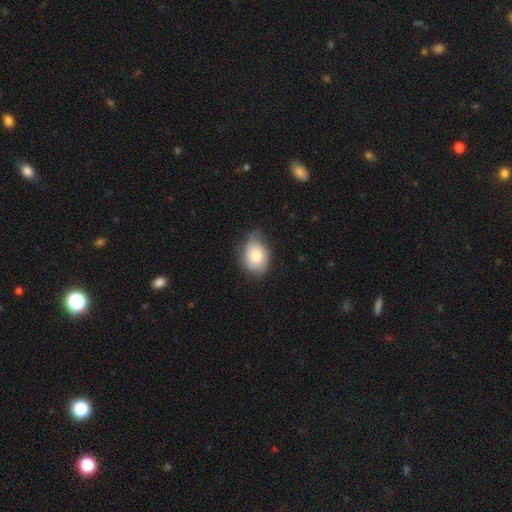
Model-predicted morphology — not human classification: Q: Smooth or featured?
A: smooth (73%); runner-up: featured or disk (20%)
Q: How rounded?
A: in between (73%); runner-up: round (26%)
Q: Merging?
A: none (49%); runner-up: minor disturbance (39%)